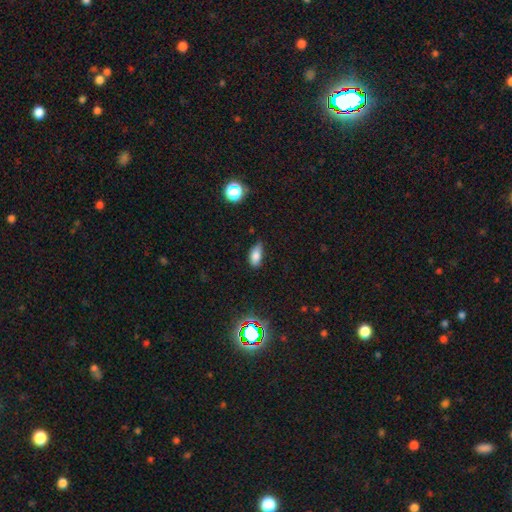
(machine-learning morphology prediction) smooth-or-featured: smooth: 80% | star or artifact: 12% | featured or disk: 8%
  how-rounded: in between: 88% | cigar-shaped: 8% | round: 4%
  merging: none: 65% | minor disturbance: 28% | major disturbance: 5% | merger: 2%